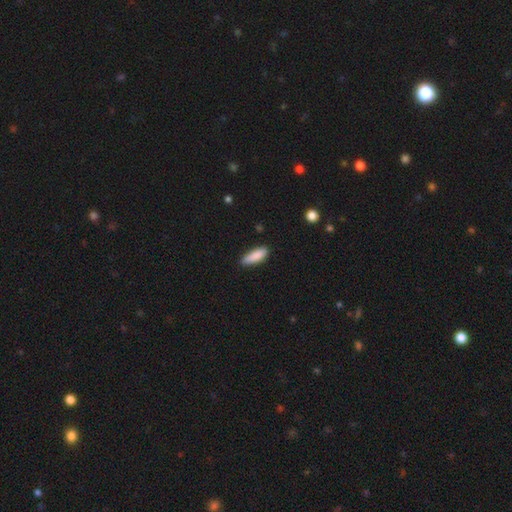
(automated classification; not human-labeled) A smooth galaxy with no disk features (87%) that is in between round and cigar-shaped (54%).

Vote fractions:
- Smooth or featured? smooth: 87% / featured or disk: 7% / star or artifact: 6%
- How rounded? in between: 54% / cigar-shaped: 44% / round: 2%
- Merging? none: 80% / minor disturbance: 16% / major disturbance: 2% / merger: 2%